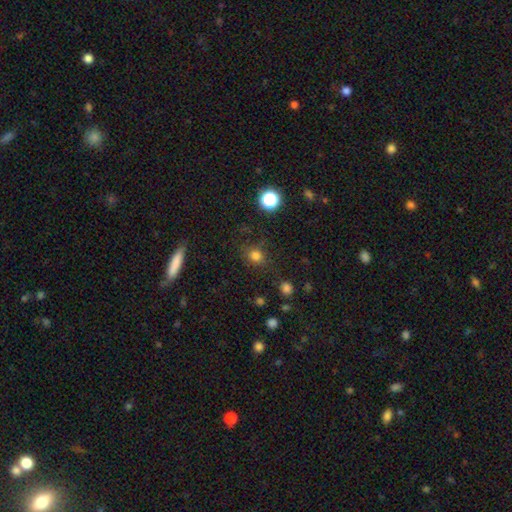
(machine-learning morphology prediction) This appears to be a smooth galaxy with no disk features (75%) that is round (76%). Merging: none (79%).